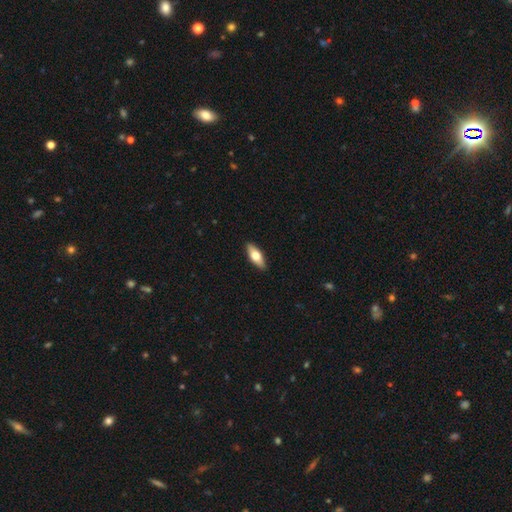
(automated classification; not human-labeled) This appears to be a smooth galaxy with no disk features (60%) that is in between round and cigar-shaped (70%). Merging: none (90%).